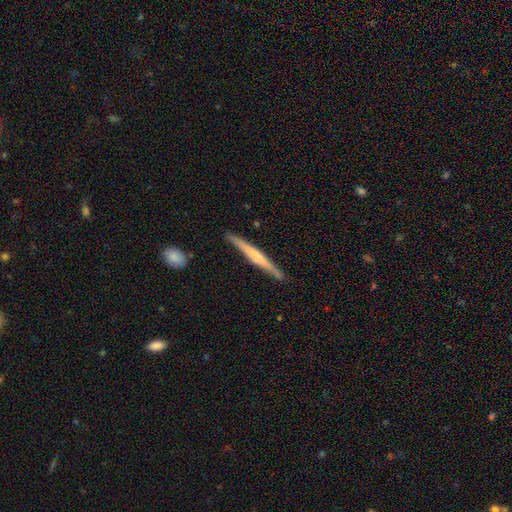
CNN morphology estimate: smooth_or_featured: featured or disk (p=0.57) [alt: smooth p=0.38]
disk_edge_on: yes (p=0.97) [alt: no p=0.03]
edge_on_bulge: none (p=0.43) [alt: rounded p=0.32]
merging: none (p=0.87) [alt: minor disturbance p=0.10]